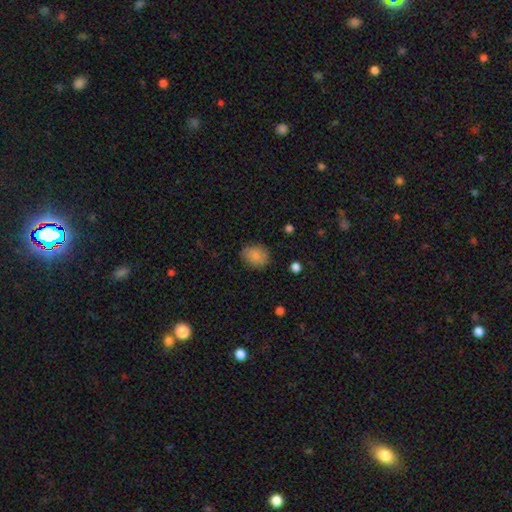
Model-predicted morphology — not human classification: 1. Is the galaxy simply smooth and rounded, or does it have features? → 87% smooth, 8% star or artifact, 5% featured or disk.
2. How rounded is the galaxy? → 50% in between, 49% round, 1% cigar-shaped.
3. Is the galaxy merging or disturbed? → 83% none, 13% minor disturbance, 3% major disturbance, 1% merger.